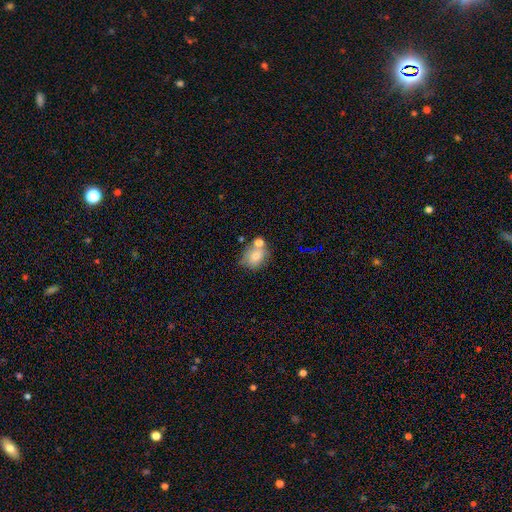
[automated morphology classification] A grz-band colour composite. It shows a smooth galaxy with no disk features (72%) that is in between round and cigar-shaped (51%). Merging: none (48%).